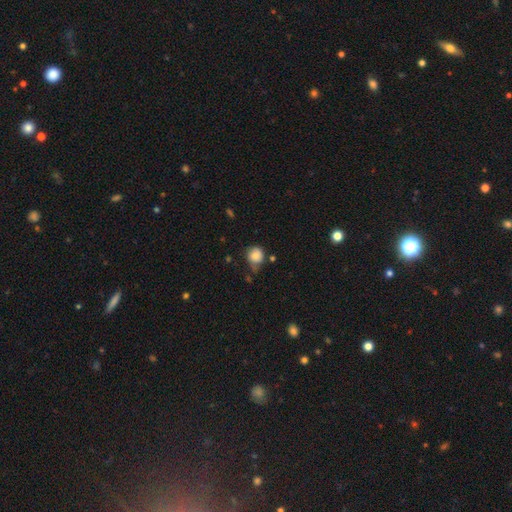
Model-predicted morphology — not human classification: This appears to be a smooth galaxy with no disk features (82%) that is round (83%). Merging: none (53%).